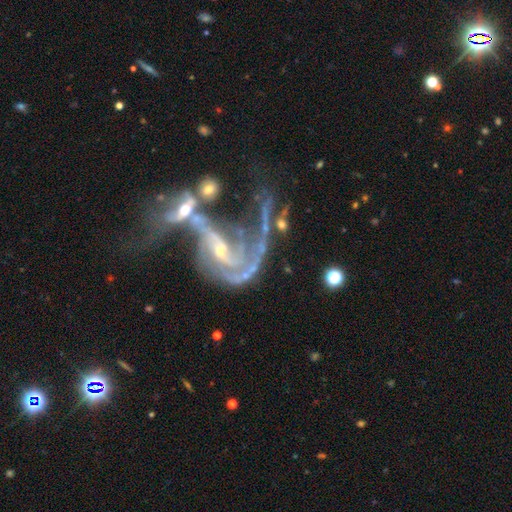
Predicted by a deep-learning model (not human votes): A featured or disk galaxy (86%) with no bar (37%), 2 (57%) loose (53%) spiral arms (89%) and a small central bulge (57%).

Vote fractions:
- Smooth or featured? featured or disk: 86% / star or artifact: 8% / smooth: 6%
- Edge-on disk? no: 95% / yes: 5%
- Bar? no: 37% / weak: 36% / strong: 26%
- Spiral arms? yes: 89% / no: 11%
- Spiral winding? loose: 53% / medium: 32% / tight: 14%
- Spiral arm count? 2: 57% / 1: 20% / can't tell: 13% / 3: 5% / 4: 3% / more than 4: 3%
- Bulge size? small: 57% / moderate: 34% / none: 5% / large: 2% / dominant: 1%
- Merging? merger: 58% / major disturbance: 23% / none: 12% / minor disturbance: 7%